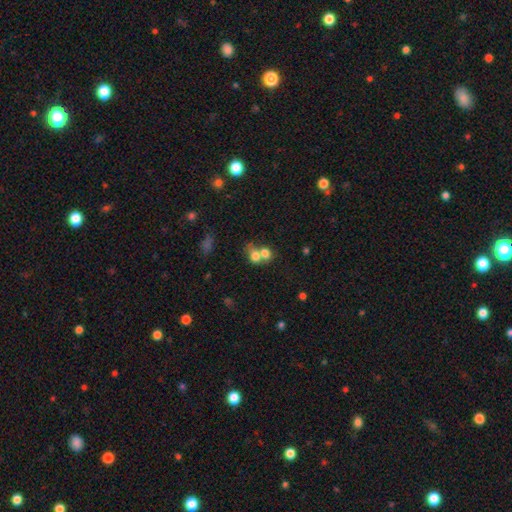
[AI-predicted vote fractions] Q: Smooth or featured?
A: smooth (72%); runner-up: featured or disk (17%)
Q: How rounded?
A: in between (56%); runner-up: round (42%)
Q: Merging?
A: merger (66%); runner-up: none (23%)